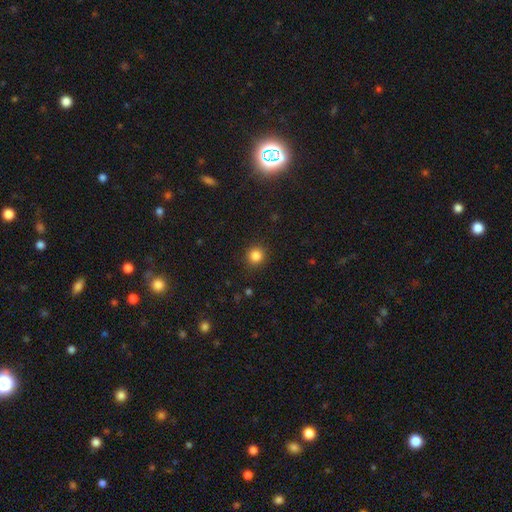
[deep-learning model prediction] Morphology: type=smooth (84%); roundness=round (92%); merging=none (90%).